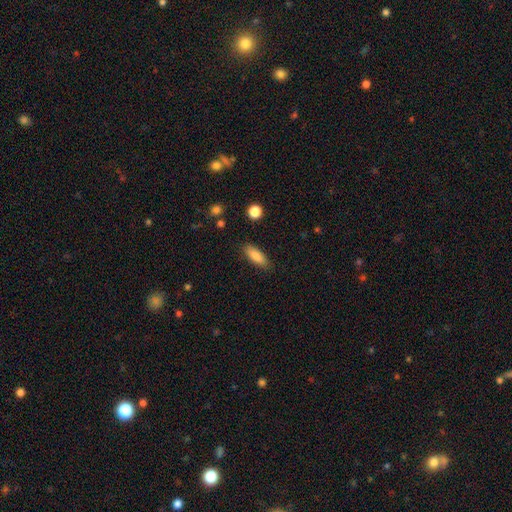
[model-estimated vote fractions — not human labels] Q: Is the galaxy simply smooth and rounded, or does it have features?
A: smooth — 83%.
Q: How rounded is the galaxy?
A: in between — 63%.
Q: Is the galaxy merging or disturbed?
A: none — 86%.